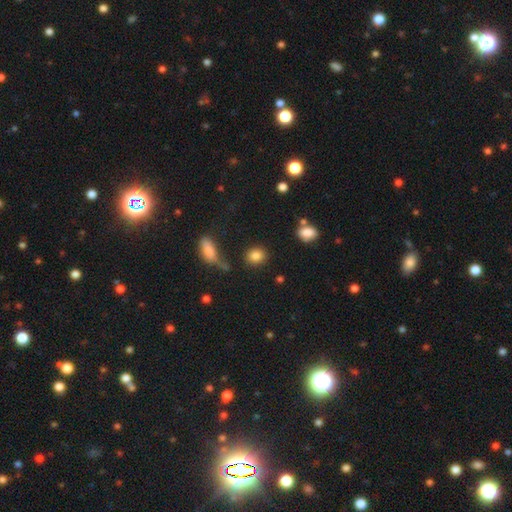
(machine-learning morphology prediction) smooth_or_featured: smooth (p=0.84) [alt: star or artifact p=0.09]
how_rounded: round (p=0.71) [alt: in between p=0.27]
merging: none (p=0.82) [alt: minor disturbance p=0.09]